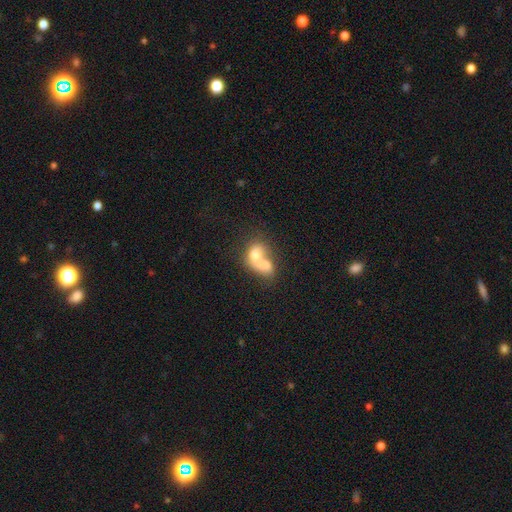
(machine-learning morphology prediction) A smooth galaxy with no disk features (65%) that is in between round and cigar-shaped (57%). Merging: merger (78%).